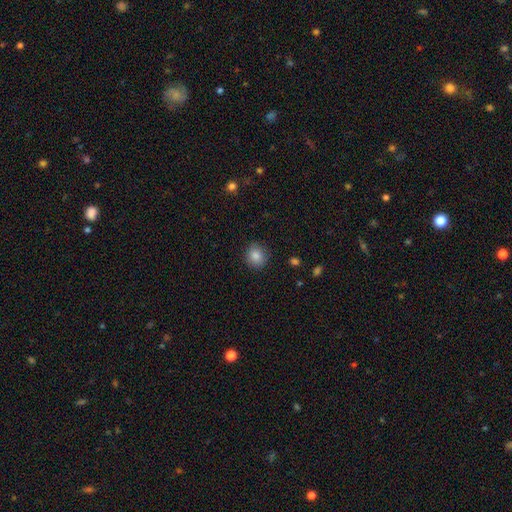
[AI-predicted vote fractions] Smooth or featured? Predicted: smooth (p=0.85). How rounded? Predicted: round (p=0.82). Merging? Predicted: none (p=0.90).